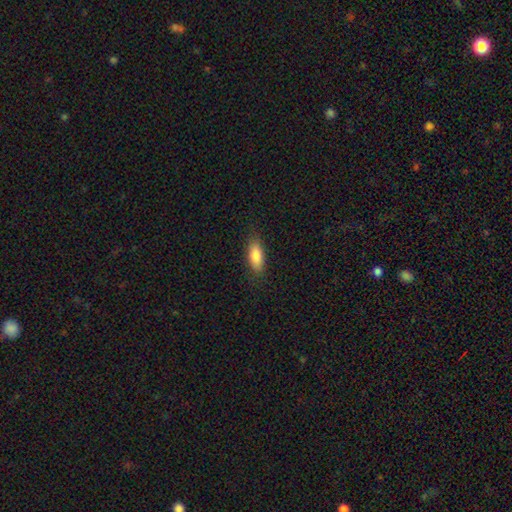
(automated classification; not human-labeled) Smooth or featured? smooth (82%)
How rounded? in between (76%)
Merging? none (83%)